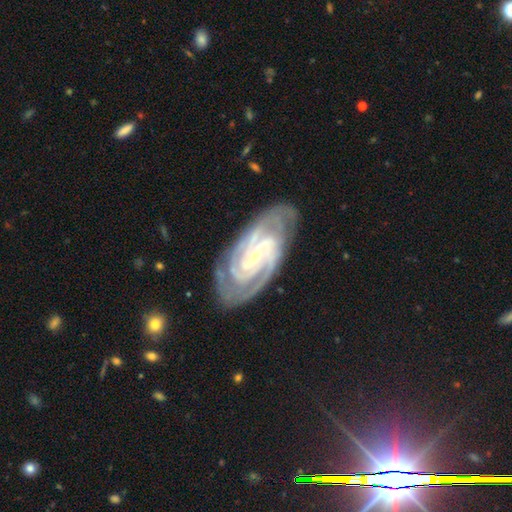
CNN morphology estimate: The model was most divided on "spiral arm count": 2: 32%, 3: 31%, 4: 16%, can't tell: 11%, more than 4: 6%, 1: 5%. Remaining: spiral arms — yes (99%); edge-on disk — no (96%); smooth or featured — featured or disk (91%); bulge size — small (79%); merging — none (79%); spiral winding — tight (70%); bar — no (39%).